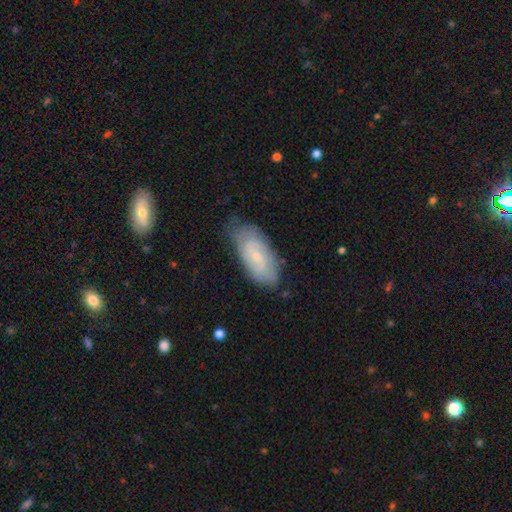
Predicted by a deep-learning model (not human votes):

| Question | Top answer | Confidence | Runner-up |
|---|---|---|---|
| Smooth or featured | featured or disk | 55% | smooth (37%) |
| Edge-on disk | no | 91% | yes (9%) |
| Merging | none | 66% | minor disturbance (26%) |